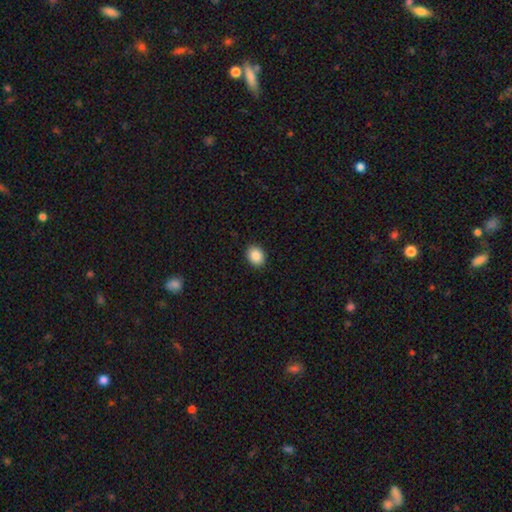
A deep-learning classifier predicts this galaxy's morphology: This appears to be a smooth galaxy with no disk features (87%) that is in between round and cigar-shaped (50%). Merging: none (91%).